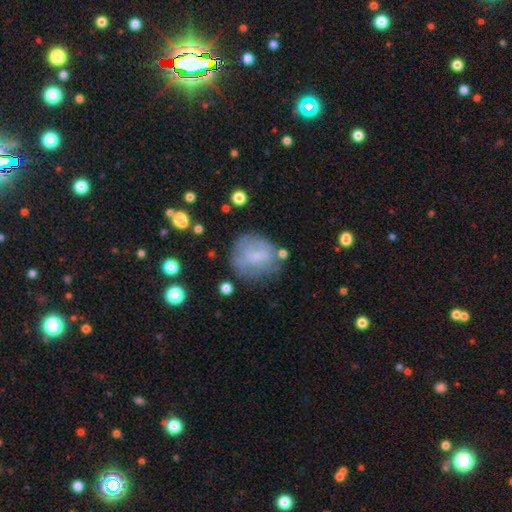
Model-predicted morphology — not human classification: Smooth or featured? Predicted: smooth (p=0.54). How rounded? Predicted: round (p=0.71). Merging? Predicted: none (p=0.59).